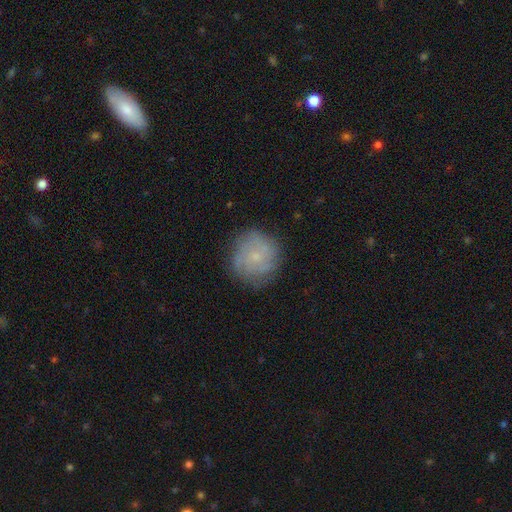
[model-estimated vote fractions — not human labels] A featured or disk galaxy (49%). Merging: none (78%).